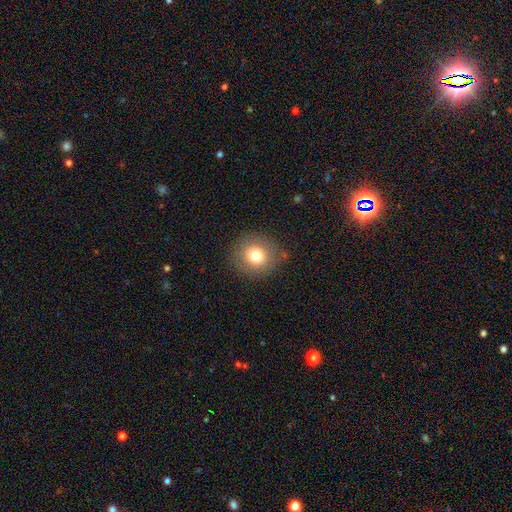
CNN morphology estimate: This appears to be a smooth galaxy with no disk features (76%) that is round (88%). Merging: none (84%).